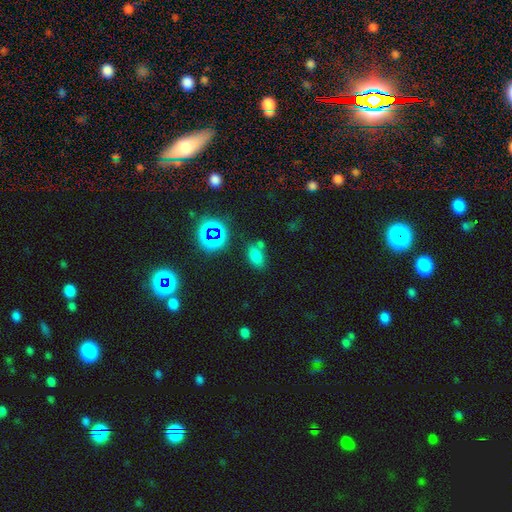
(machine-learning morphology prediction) type=smooth (69%); roundness=in between (87%); merging=none (65%).